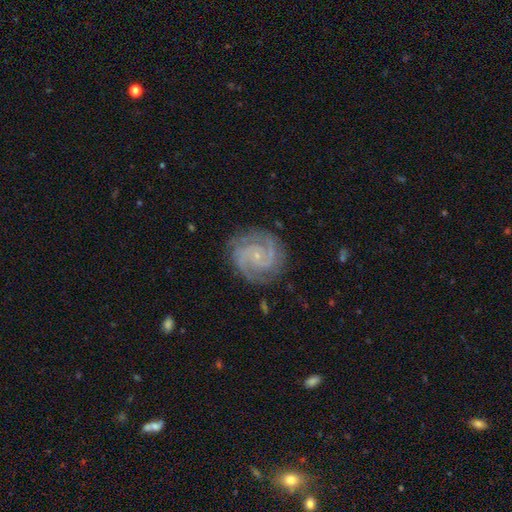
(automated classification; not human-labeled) This is clearly a featured or disk galaxy (91%). It is clearly not viewed edge-on (98%). Bar: likely no (66%). Spiral arm pattern: clearly yes (98%). Spiral arm count: likely 2 (63%). Spiral winding: likely tight (63%). Central bulge: clearly small (84%). Merging: clearly none (83%).